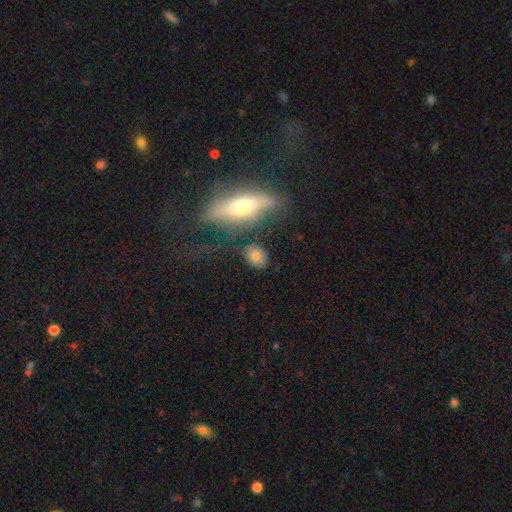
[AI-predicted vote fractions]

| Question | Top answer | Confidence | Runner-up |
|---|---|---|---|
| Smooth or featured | smooth | 76% | featured or disk (16%) |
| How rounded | in between | 58% | round (37%) |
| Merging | none | 74% | minor disturbance (13%) |